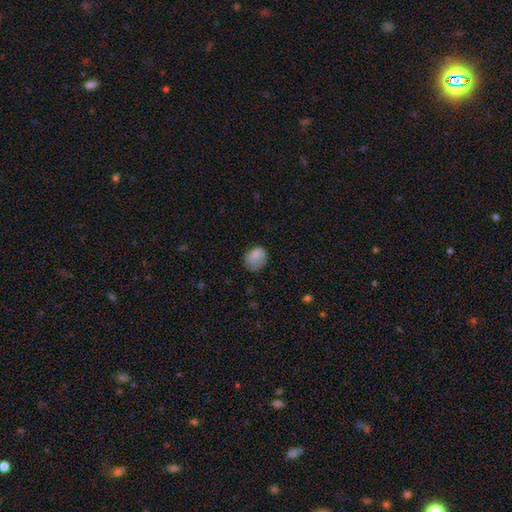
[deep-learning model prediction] Overall: smooth (78%). How rounded: in between (50%; round 49%). Merging: none (53%; minor disturbance 30%).